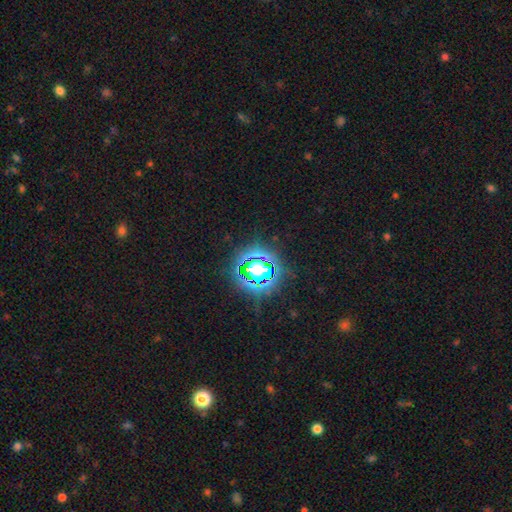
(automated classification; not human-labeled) Overall: star or artifact (77%).